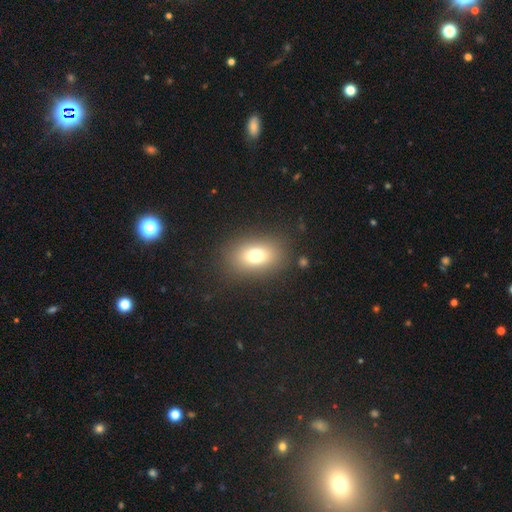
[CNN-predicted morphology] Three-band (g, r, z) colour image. It shows a smooth galaxy with no disk features (74%) that is in between round and cigar-shaped (74%). Merging: none (85%).